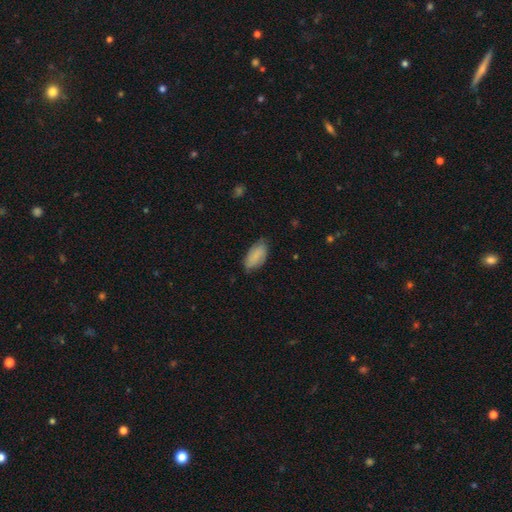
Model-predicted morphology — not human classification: Smooth or featured? Predicted: smooth (p=0.83). How rounded? Predicted: in between (p=0.93). Merging? Predicted: none (p=0.66).